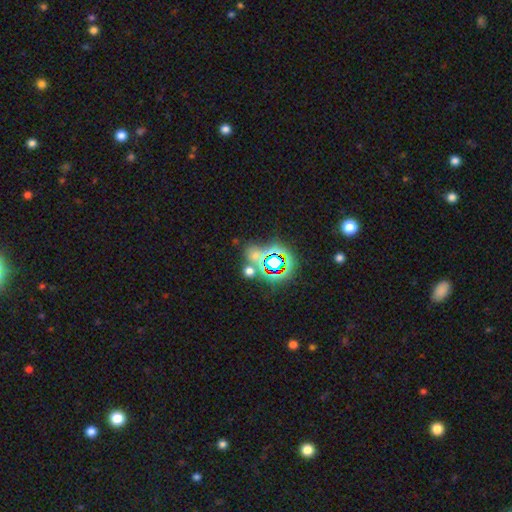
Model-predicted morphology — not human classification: smooth_or_featured: star or artifact (p=0.57) [alt: smooth p=0.32]